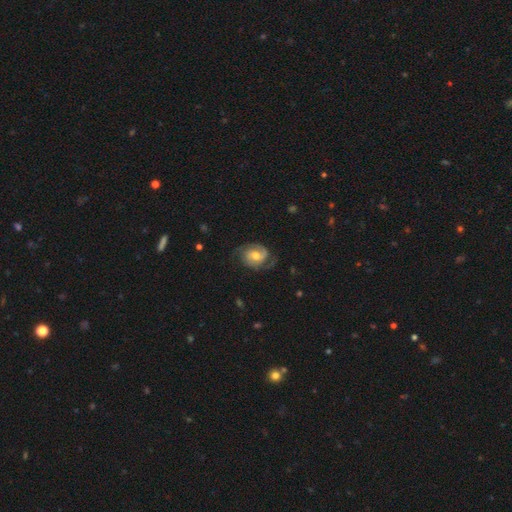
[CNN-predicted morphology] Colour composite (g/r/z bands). It shows a featured or disk galaxy (75%) with no bar (55%), 2 (72%) medium (42%) spiral arms (93%) and a moderate central bulge (68%). Merging: none (65%).